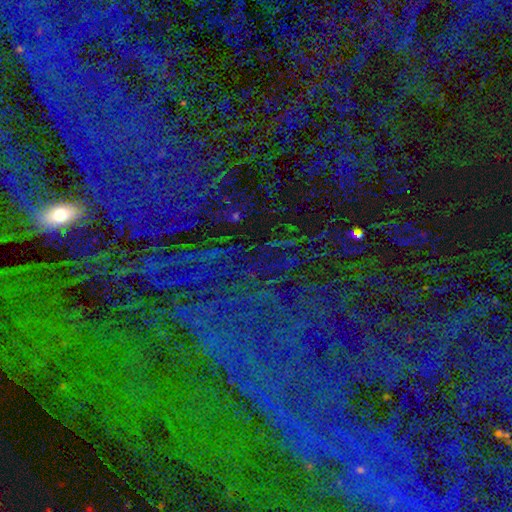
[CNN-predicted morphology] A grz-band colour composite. It shows a star or artifact, not a galaxy (77%).